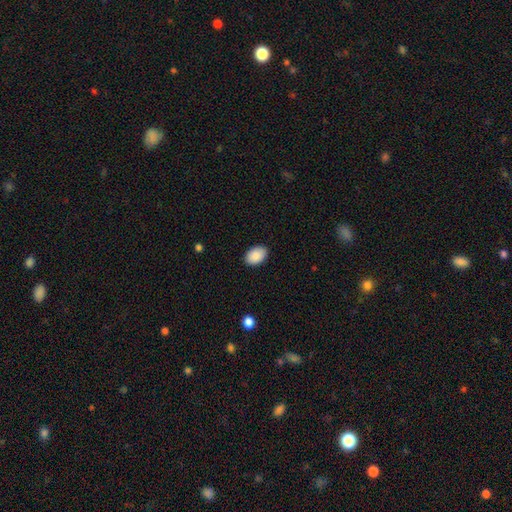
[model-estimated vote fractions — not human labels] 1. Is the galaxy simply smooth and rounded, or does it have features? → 90% smooth, 7% star or artifact, 3% featured or disk.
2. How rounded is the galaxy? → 87% in between, 12% round, 1% cigar-shaped.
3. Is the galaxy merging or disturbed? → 89% none, 8% minor disturbance, 2% major disturbance, 1% merger.